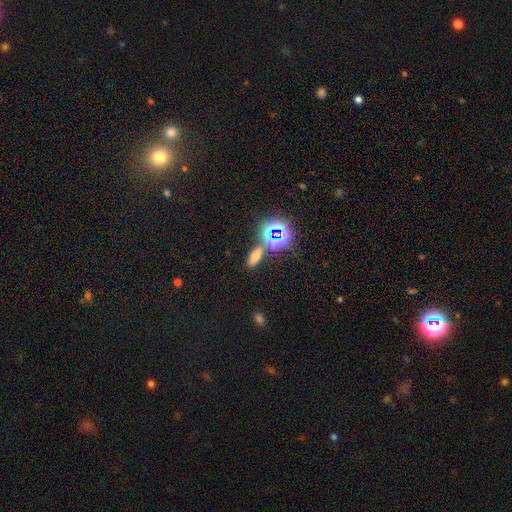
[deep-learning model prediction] This appears to be a smooth galaxy with no disk features (56%) that is in between round and cigar-shaped (64%). Merging: none (76%).